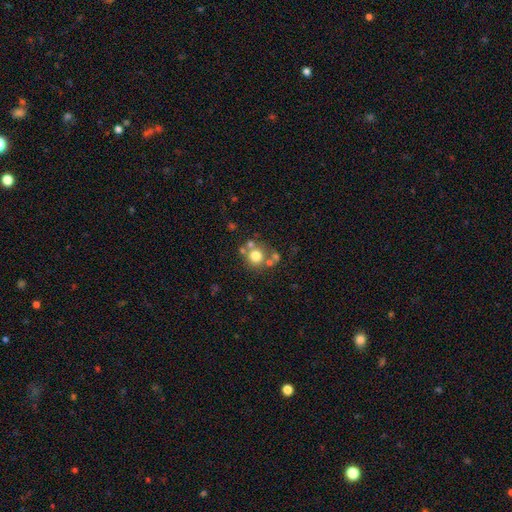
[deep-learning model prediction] Smooth or featured? smooth (71%)
How rounded? round (90%)
Merging? none (63%)